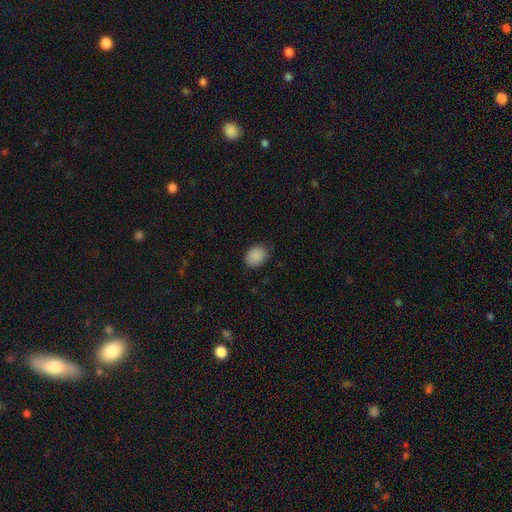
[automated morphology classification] A smooth galaxy with no disk features (89%) that is in between round and cigar-shaped (69%).

Vote fractions:
- Smooth or featured? smooth: 89% / star or artifact: 8% / featured or disk: 3%
- How rounded? in between: 69% / round: 30% / cigar-shaped: 1%
- Merging? none: 77% / minor disturbance: 18% / major disturbance: 3% / merger: 1%